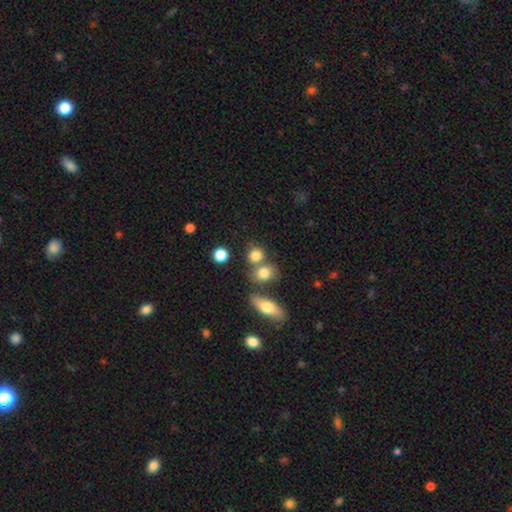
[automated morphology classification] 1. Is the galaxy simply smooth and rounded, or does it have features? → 80% smooth, 11% star or artifact, 9% featured or disk.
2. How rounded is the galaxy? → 74% round, 24% in between, 2% cigar-shaped.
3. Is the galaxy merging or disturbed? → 54% none, 32% merger, 10% minor disturbance, 4% major disturbance.